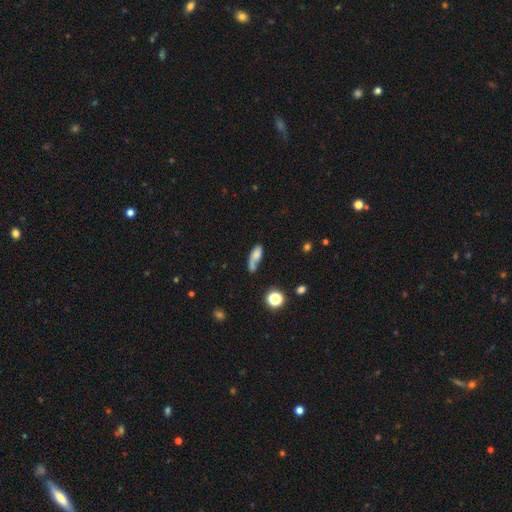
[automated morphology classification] smooth_or_featured: smooth (p=0.66) [alt: featured or disk p=0.23]
how_rounded: in between (p=0.68) [alt: cigar-shaped p=0.26]
merging: none (p=0.36) [alt: merger p=0.23]